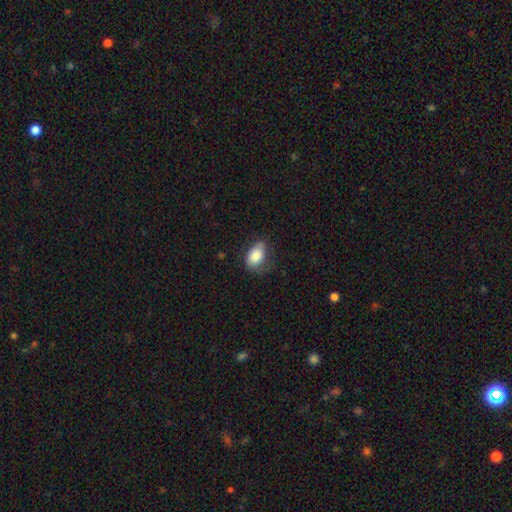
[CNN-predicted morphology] A smooth galaxy with no disk features (83%) that is in between round and cigar-shaped (87%). Merging: none (56%).